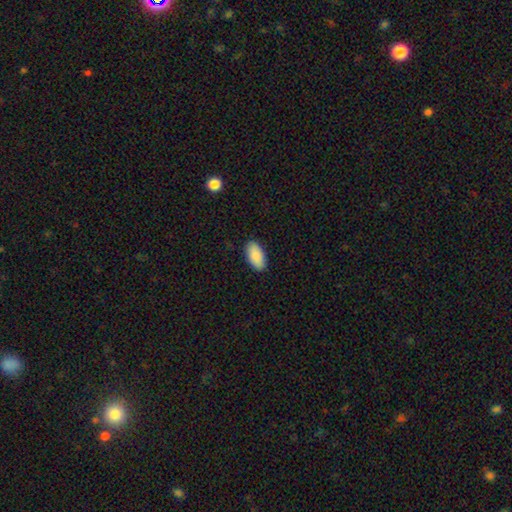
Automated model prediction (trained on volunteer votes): The model was most divided on "merging": none: 89%, minor disturbance: 8%, major disturbance: 2%, merger: 1%. More confident: how rounded — in between (95%); smooth or featured — smooth (90%).